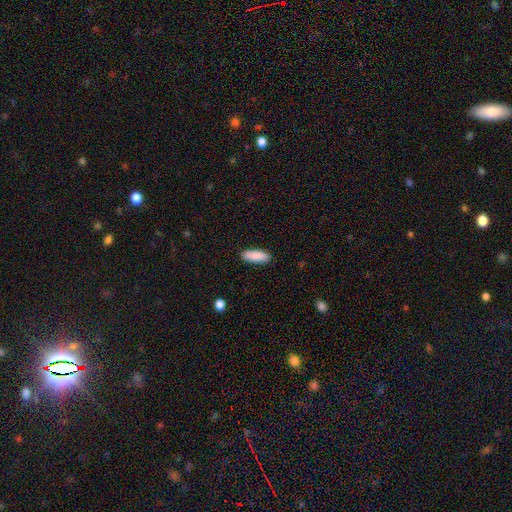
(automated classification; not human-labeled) smooth-or-featured: smooth: 88% | star or artifact: 6% | featured or disk: 6%
  how-rounded: in between: 64% | cigar-shaped: 34% | round: 2%
  merging: none: 89% | minor disturbance: 8% | major disturbance: 2% | merger: 1%